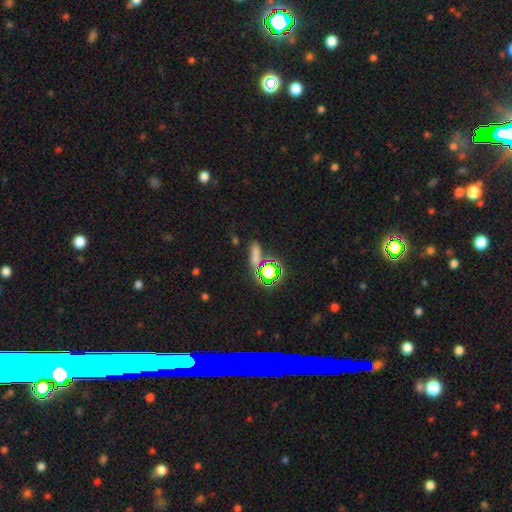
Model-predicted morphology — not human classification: This appears to be a smooth galaxy with no disk features (49%). Merging: none (64%).